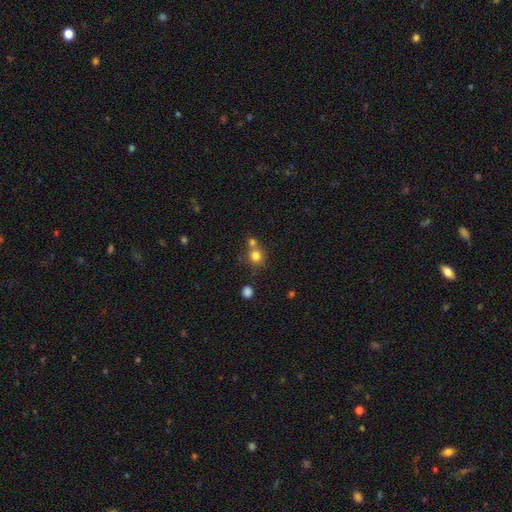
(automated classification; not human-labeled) This is likely a smooth galaxy (78%). How rounded: clearly round (87%). Merging: possibly none (55%).